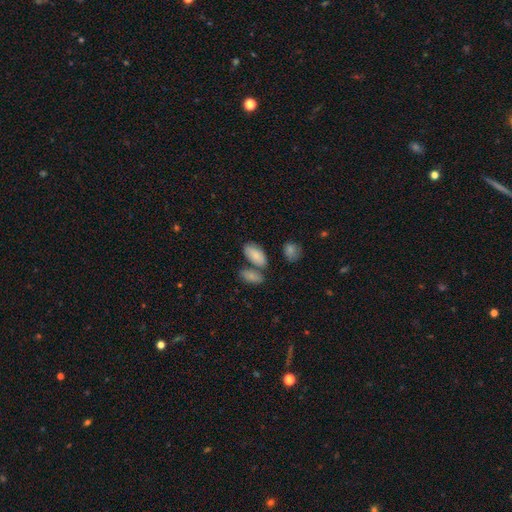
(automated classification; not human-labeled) A smooth galaxy with no disk features (82%) that is in between round and cigar-shaped (93%). Merging: none (56%).